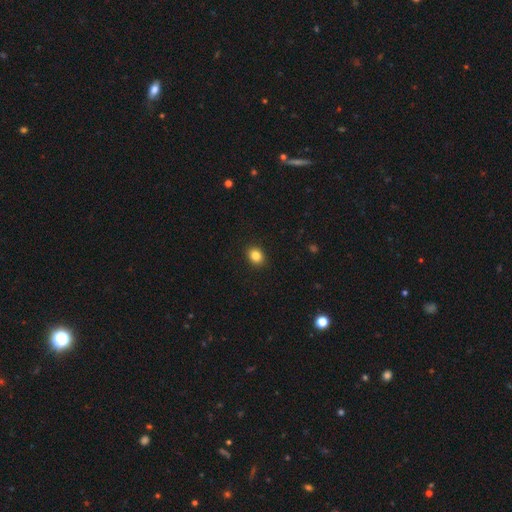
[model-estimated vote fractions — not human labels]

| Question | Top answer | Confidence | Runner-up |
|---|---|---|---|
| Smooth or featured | smooth | 84% | star or artifact (10%) |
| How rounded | round | 56% | in between (43%) |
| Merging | none | 91% | minor disturbance (6%) |